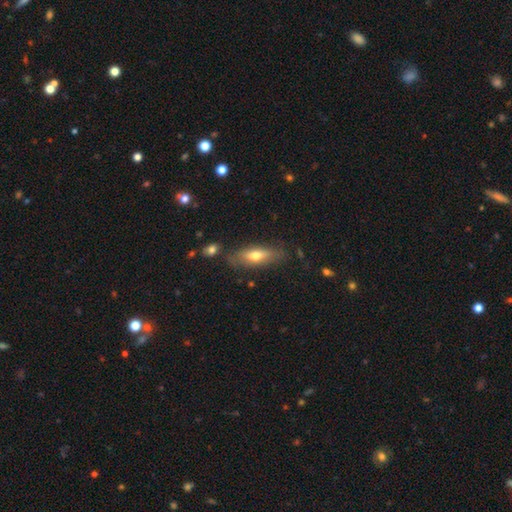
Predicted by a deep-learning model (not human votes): A smooth galaxy with no disk features (60%) that is in between round and cigar-shaped (52%).

Vote fractions:
- Smooth or featured? smooth: 60% / featured or disk: 34% / star or artifact: 7%
- How rounded? in between: 52% / cigar-shaped: 46% / round: 3%
- Merging? none: 75% / minor disturbance: 17% / major disturbance: 5% / merger: 4%